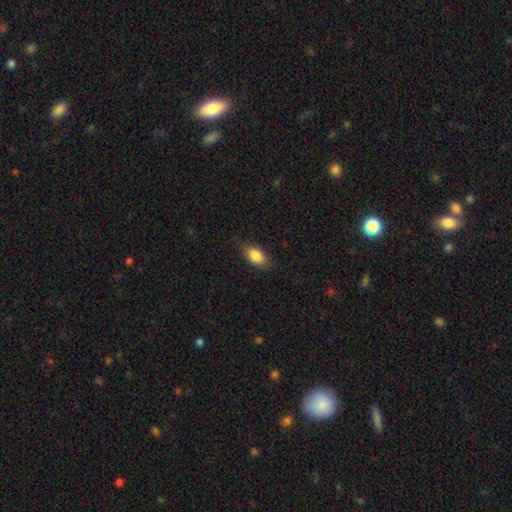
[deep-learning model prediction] smooth-or-featured: smooth: 85% | star or artifact: 7% | featured or disk: 7%
  how-rounded: in between: 89% | round: 8% | cigar-shaped: 3%
  merging: none: 81% | minor disturbance: 15% | major disturbance: 3% | merger: 1%